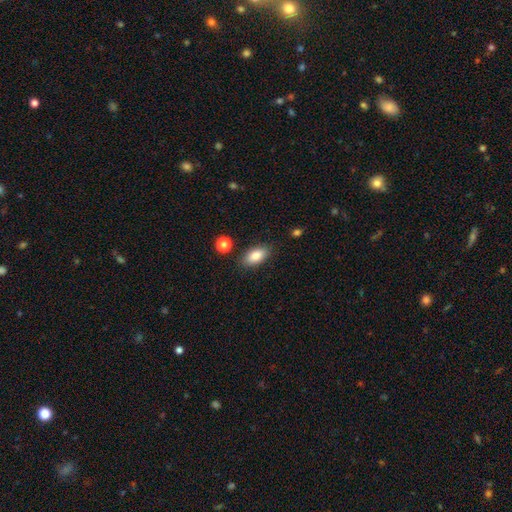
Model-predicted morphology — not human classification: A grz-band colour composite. It shows a smooth galaxy with no disk features (84%) that is in between round and cigar-shaped (90%). Merging: none (85%).